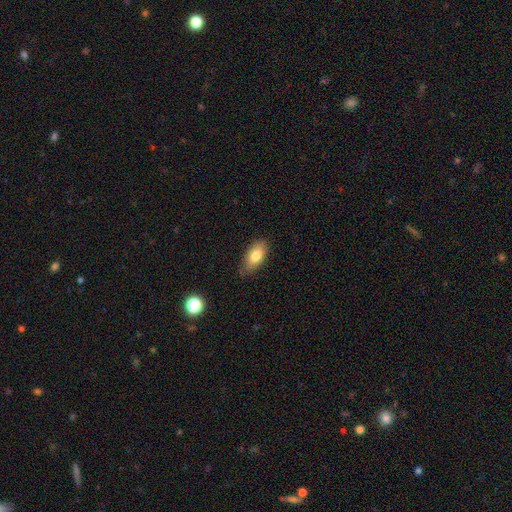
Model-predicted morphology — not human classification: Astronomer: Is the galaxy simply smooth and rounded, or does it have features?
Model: smooth — 79%.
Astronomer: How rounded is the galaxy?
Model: in between — 89%.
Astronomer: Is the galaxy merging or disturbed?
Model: none — 75%.